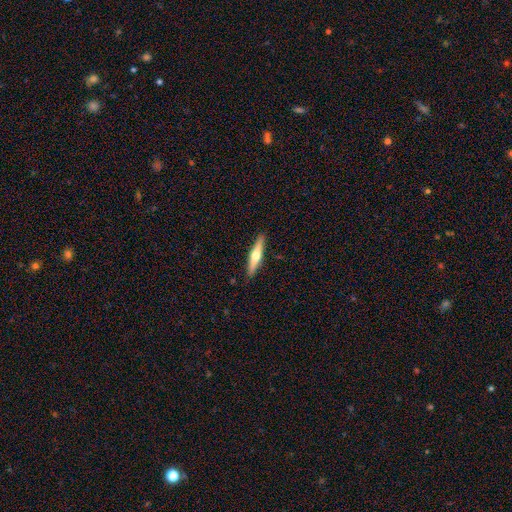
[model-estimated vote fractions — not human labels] A featured or disk galaxy (56%) viewed edge-on (96%) with a rounded central bulge (92%). Merging: none (90%).